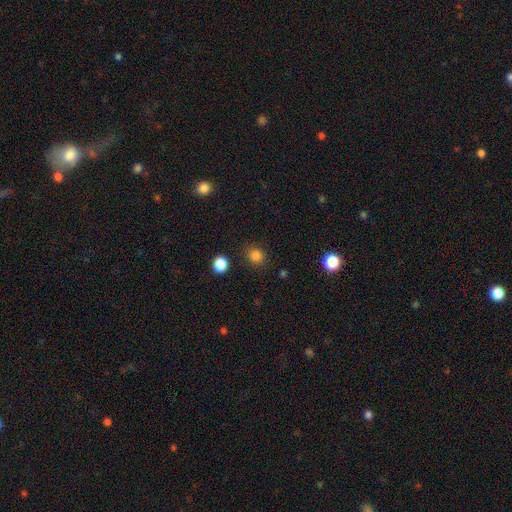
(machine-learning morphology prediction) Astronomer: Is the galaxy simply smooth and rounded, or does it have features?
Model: smooth — 83%.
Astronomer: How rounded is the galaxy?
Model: round — 81%.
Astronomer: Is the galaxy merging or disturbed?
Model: none — 87%.